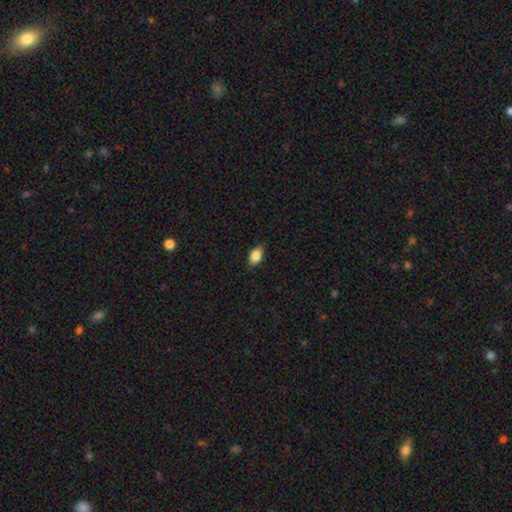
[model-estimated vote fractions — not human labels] smooth_or_featured: smooth (p=0.84) [alt: featured or disk p=0.08]
how_rounded: in between (p=0.84) [alt: round p=0.12]
merging: none (p=0.80) [alt: minor disturbance p=0.17]